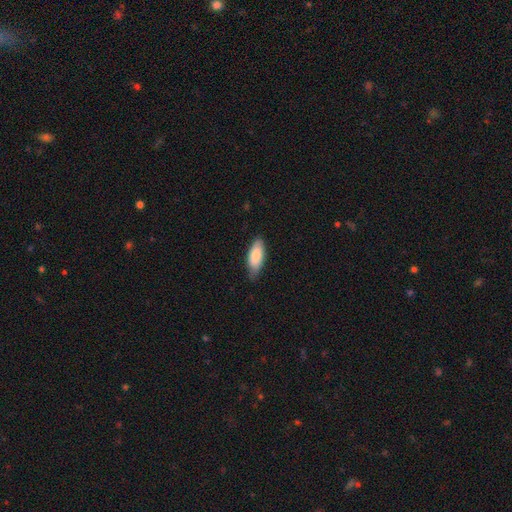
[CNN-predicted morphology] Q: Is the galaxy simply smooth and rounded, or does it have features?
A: smooth — 85%.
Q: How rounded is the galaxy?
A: in between — 80%.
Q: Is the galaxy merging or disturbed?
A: none — 75%.